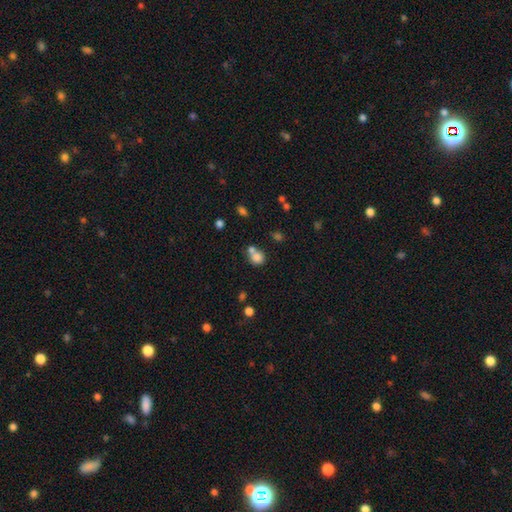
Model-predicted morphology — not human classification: Q: Smooth or featured?
A: smooth (79%); runner-up: star or artifact (12%)
Q: How rounded?
A: round (77%); runner-up: in between (22%)
Q: Merging?
A: merger (45%); runner-up: none (42%)